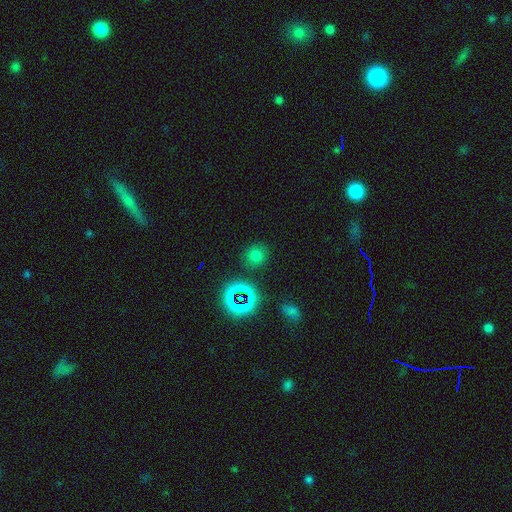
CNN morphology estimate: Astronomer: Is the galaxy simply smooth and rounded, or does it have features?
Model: smooth — 68%.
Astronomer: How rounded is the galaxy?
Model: round — 87%.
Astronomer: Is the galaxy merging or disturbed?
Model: none — 83%.